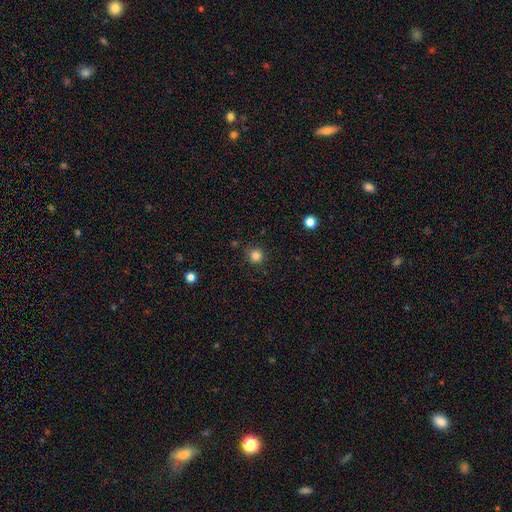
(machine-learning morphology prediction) Overall: smooth (83%). How rounded: round (94%). Merging: none (89%).